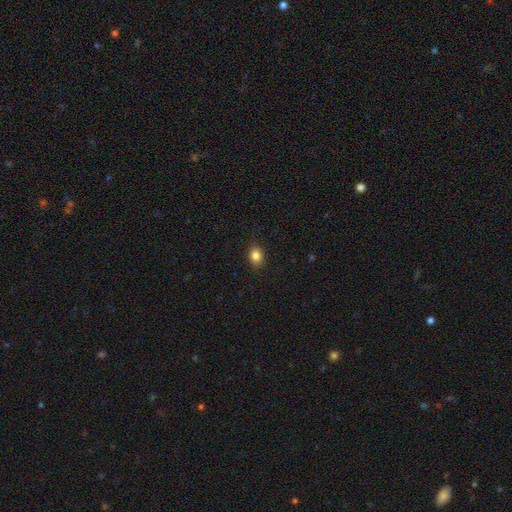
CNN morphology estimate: A smooth galaxy with no disk features (84%) that is round (51%). Merging: none (86%).